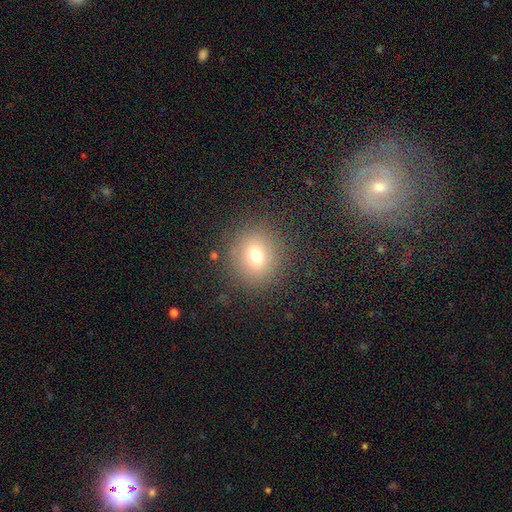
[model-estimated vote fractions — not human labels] smooth 72%, star or artifact 16%, featured or disk 12%. Down the decision tree: how rounded — round (87%); merging — none (87%).